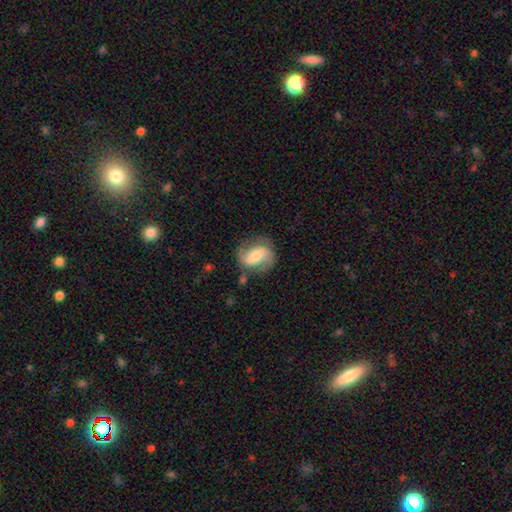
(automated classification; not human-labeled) smooth-or-featured: featured or disk: 71% | smooth: 23% | star or artifact: 6%
  disk-edge-on: no: 97% | yes: 3%
    bar: strong: 41% | weak: 37% | no: 22%
    has-spiral-arms: yes: 90% | no: 10%
      spiral-winding: medium: 44% | loose: 36% | tight: 20%
      spiral-arm-count: 2: 89% | can't tell: 5% | 1: 3% | 3: 1% | 4: 1% | more than 4: 1%
    bulge-size: moderate: 48% | small: 33% | large: 12% | none: 5% | dominant: 2%
  merging: none: 73% | minor disturbance: 16% | major disturbance: 8% | merger: 3%